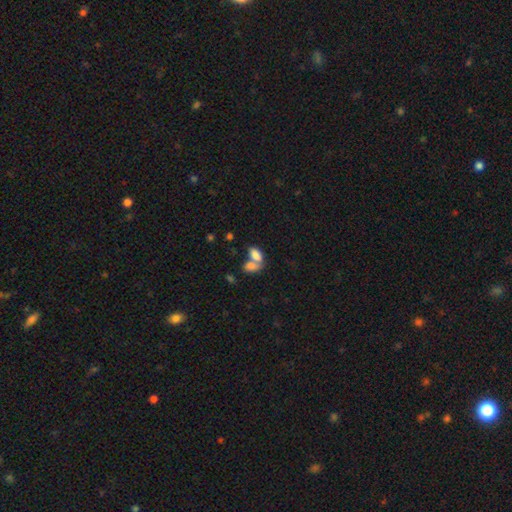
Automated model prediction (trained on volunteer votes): Overall: smooth (80%). How rounded: in between (91%). Merging: merger (64%; none 24%).